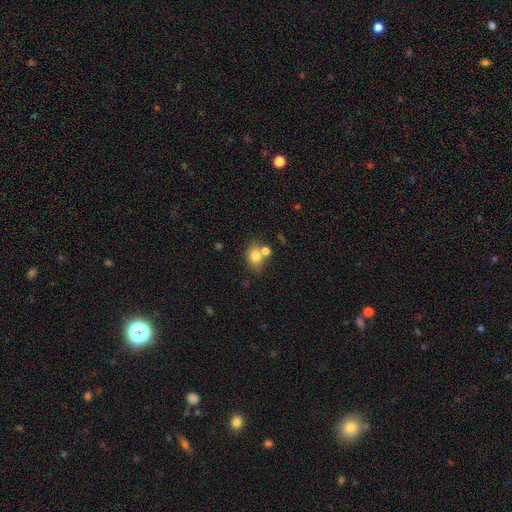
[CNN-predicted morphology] Smooth or featured? smooth (78%)
How rounded? in between (57%)
Merging? none (54%)